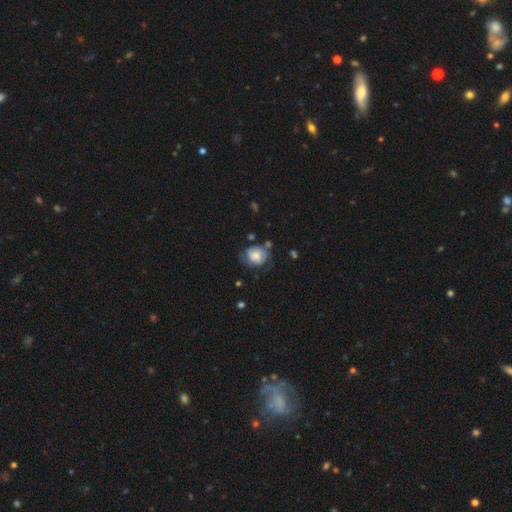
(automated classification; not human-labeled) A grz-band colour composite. It shows a featured or disk galaxy (50%). Merging: none (55%).